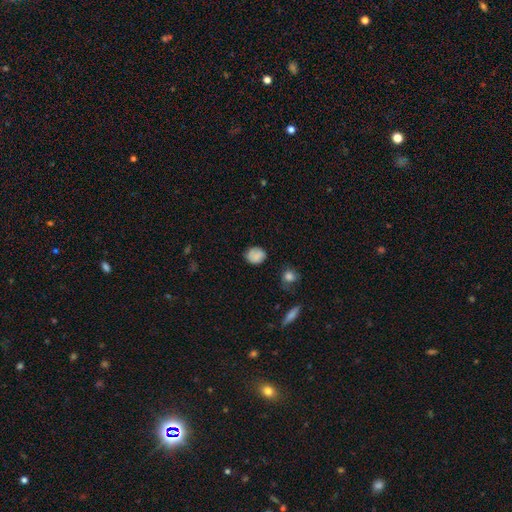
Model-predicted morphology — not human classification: Q: Smooth or featured?
A: smooth (80%); runner-up: featured or disk (10%)
Q: How rounded?
A: round (63%); runner-up: in between (36%)
Q: Merging?
A: none (73%); runner-up: minor disturbance (20%)